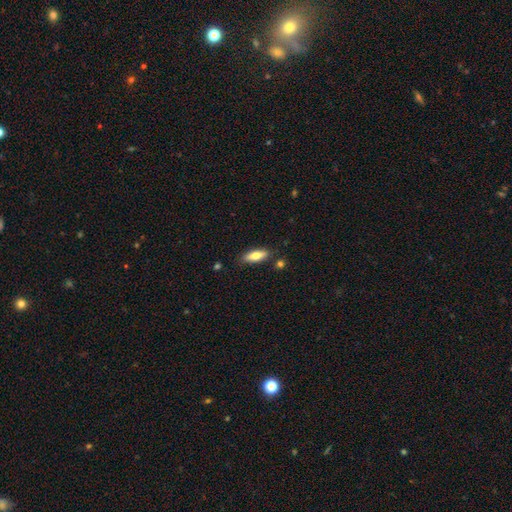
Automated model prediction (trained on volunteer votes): smooth_or_featured: smooth (p=0.71) [alt: featured or disk p=0.23]
how_rounded: in between (p=0.60) [alt: cigar-shaped p=0.38]
merging: none (p=0.83) [alt: minor disturbance p=0.11]